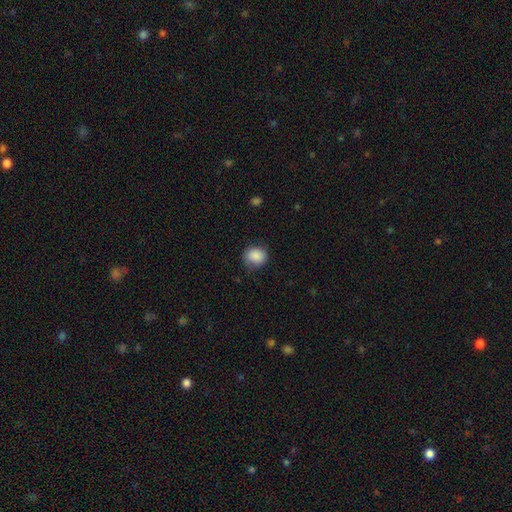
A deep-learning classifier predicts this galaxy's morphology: type=smooth (88%); roundness=round (73%); merging=none (72%).